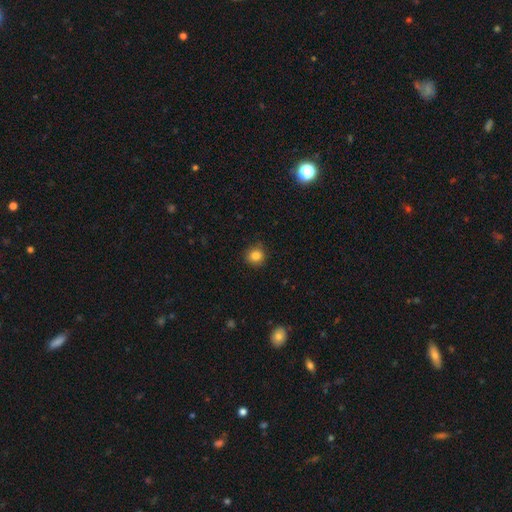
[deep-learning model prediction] Smooth or featured? smooth (84%)
How rounded? round (87%)
Merging? none (87%)